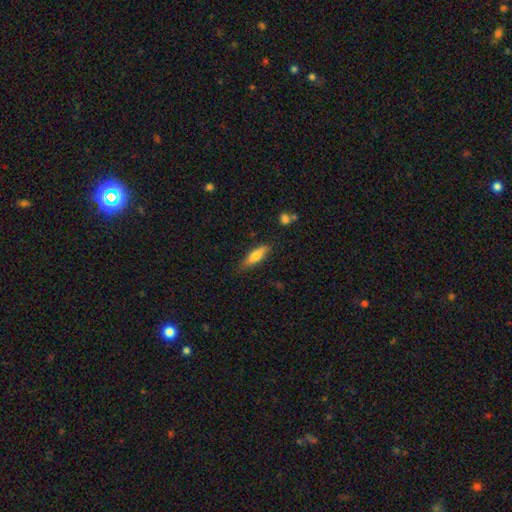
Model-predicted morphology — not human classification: Smooth or featured: smooth — 69% (featured or disk — 25%)
How rounded: cigar-shaped — 56% (in between — 42%)
Merging: none — 79% (minor disturbance — 16%)